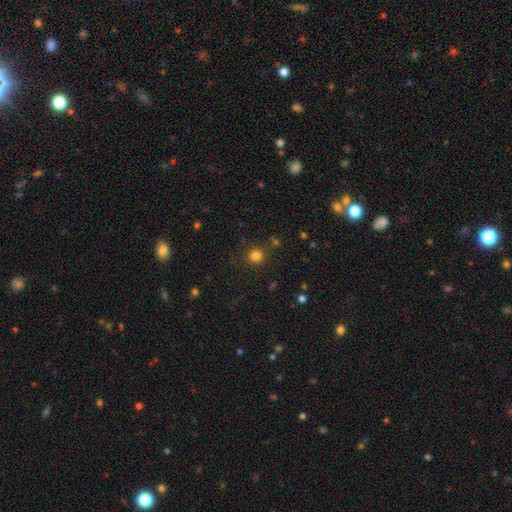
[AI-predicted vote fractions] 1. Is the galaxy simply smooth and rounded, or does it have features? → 79% smooth, 16% star or artifact, 5% featured or disk.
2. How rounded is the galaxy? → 93% round, 6% in between, 1% cigar-shaped.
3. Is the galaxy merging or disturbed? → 85% none, 8% minor disturbance, 3% merger, 3% major disturbance.